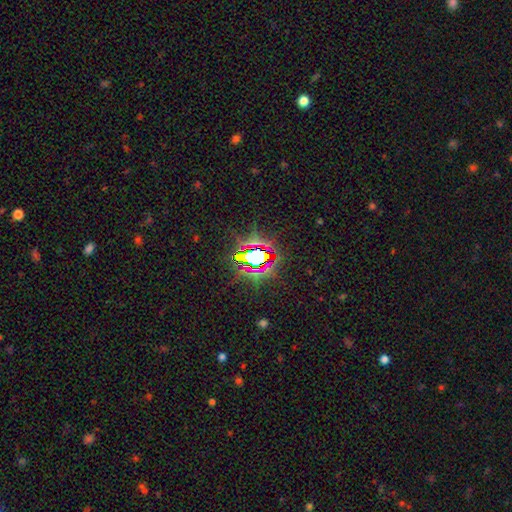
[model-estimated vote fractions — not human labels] Smooth or featured?
  - star or artifact: 77% *
  - smooth: 13%
  - featured or disk: 10%